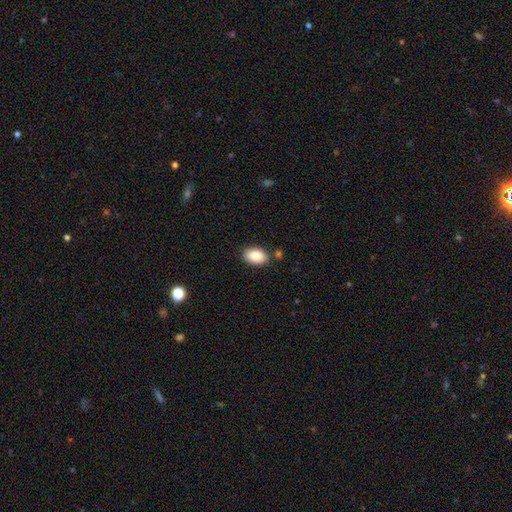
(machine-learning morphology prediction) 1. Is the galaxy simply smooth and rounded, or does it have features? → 89% smooth, 7% star or artifact, 4% featured or disk.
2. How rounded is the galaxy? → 90% in between, 9% round, 1% cigar-shaped.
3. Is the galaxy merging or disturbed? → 82% none, 12% minor disturbance, 4% merger, 3% major disturbance.